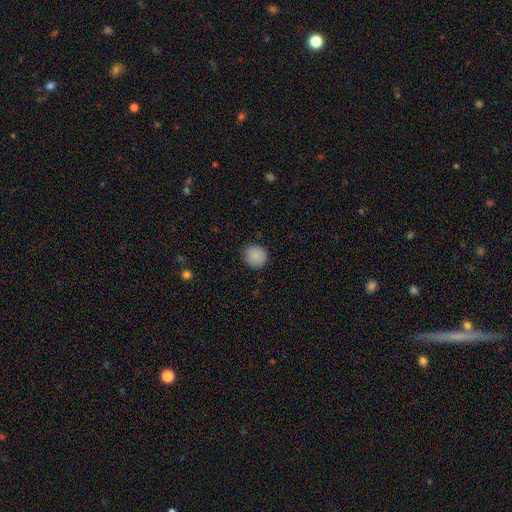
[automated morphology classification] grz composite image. It shows a smooth galaxy with no disk features (88%) that is round (90%). Merging: none (88%).